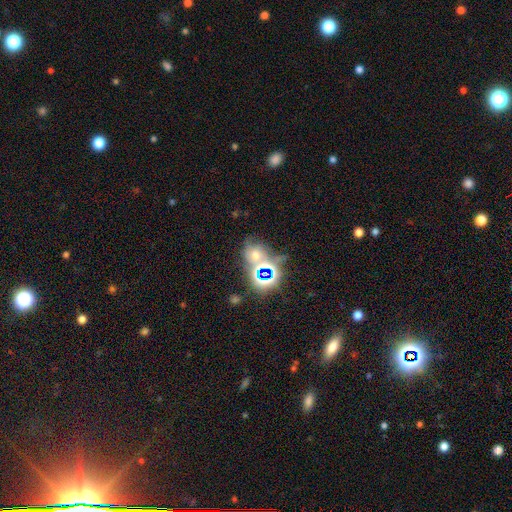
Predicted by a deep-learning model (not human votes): Morphology: type=star or artifact (52%).